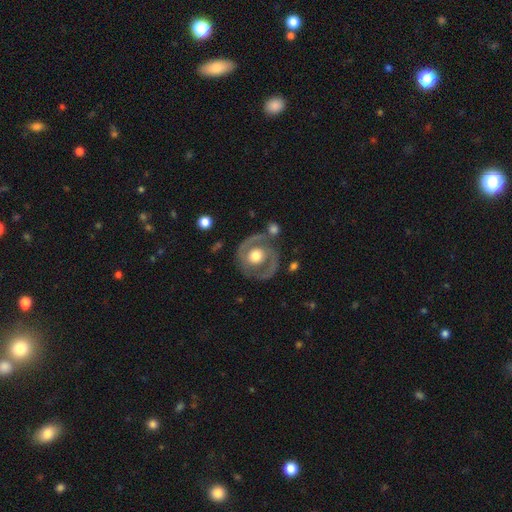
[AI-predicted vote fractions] smooth_or_featured: featured or disk (p=0.68) [alt: smooth p=0.27]
disk_edge_on: no (p=0.96) [alt: yes p=0.04]
bar: no (p=0.79) [alt: weak p=0.16]
has_spiral_arms: yes (p=0.55) [alt: no p=0.45]
bulge_size: moderate (p=0.49) [alt: large p=0.43]
merging: none (p=0.69) [alt: minor disturbance p=0.16]